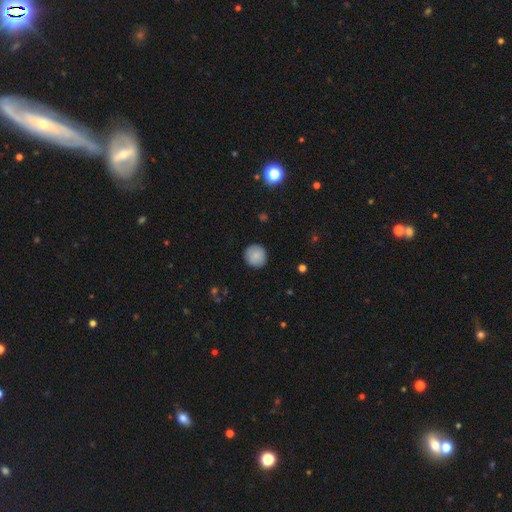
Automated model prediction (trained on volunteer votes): smooth_or_featured: smooth (p=0.85) [alt: star or artifact p=0.08]
how_rounded: round (p=0.92) [alt: in between p=0.07]
merging: none (p=0.88) [alt: minor disturbance p=0.09]